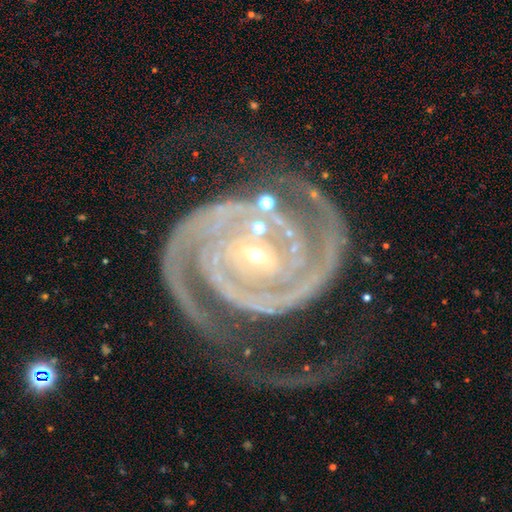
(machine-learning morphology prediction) Overall: featured or disk (93%). Edge-on disk: no (98%). Bar: no (47%; weak 30%). Spiral arms: yes (98%). Spiral arm count: 2 (78%). Spiral winding: tight (65%; medium 28%). Bulge size: small (77%). Merging: none (61%).